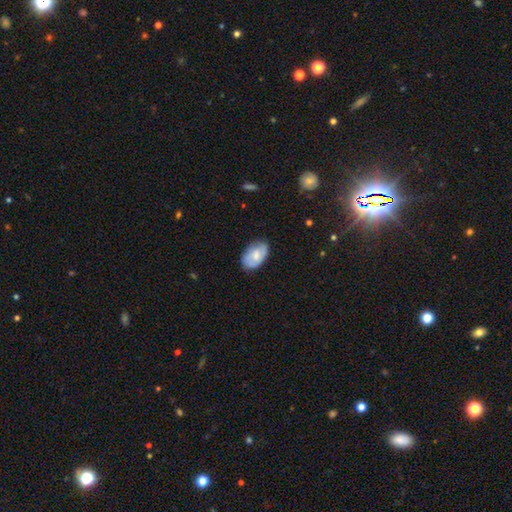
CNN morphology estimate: This is likely a smooth galaxy (68%). How rounded: clearly in between (92%). Merging: likely none (74%).